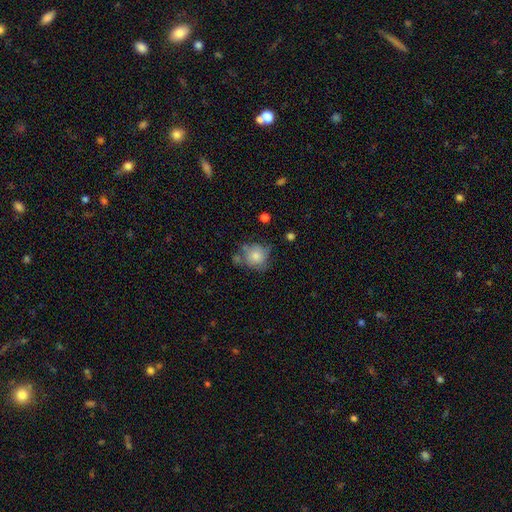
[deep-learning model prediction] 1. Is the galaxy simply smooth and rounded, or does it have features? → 73% smooth, 18% featured or disk, 9% star or artifact.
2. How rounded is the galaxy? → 80% round, 19% in between, 1% cigar-shaped.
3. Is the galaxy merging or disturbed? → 50% none, 28% minor disturbance, 11% major disturbance, 11% merger.